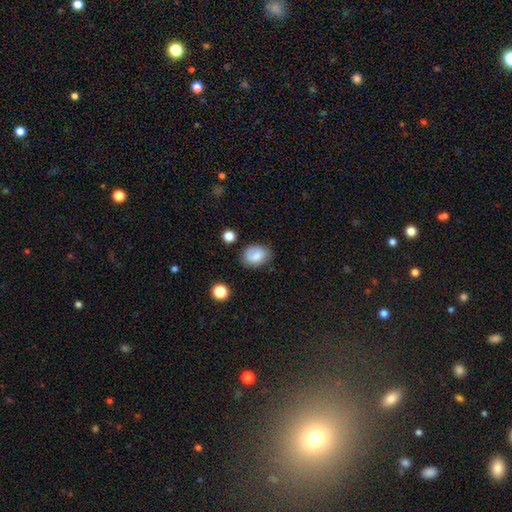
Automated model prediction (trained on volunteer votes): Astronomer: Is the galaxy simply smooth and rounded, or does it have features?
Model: smooth — 78%.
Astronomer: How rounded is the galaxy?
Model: in between — 68%.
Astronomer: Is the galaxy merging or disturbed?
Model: none — 71%.